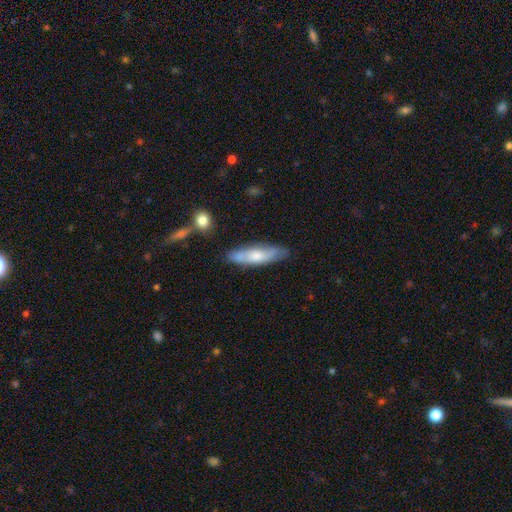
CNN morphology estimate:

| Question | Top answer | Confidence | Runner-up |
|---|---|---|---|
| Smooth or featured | smooth | 57% | featured or disk (37%) |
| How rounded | cigar-shaped | 64% | in between (34%) |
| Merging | none | 76% | minor disturbance (17%) |